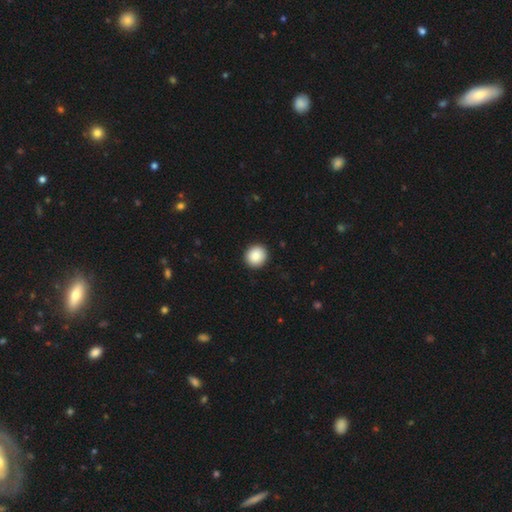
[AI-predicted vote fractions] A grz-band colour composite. It shows a smooth galaxy with no disk features (89%) that is round (90%). Merging: none (93%).